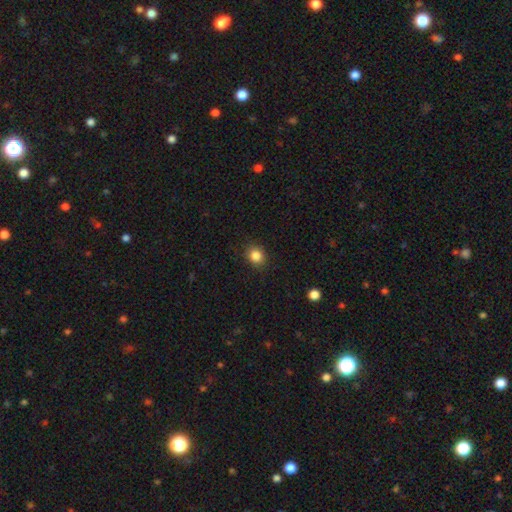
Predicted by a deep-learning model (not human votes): The model was most divided on "how rounded": round: 66%, in between: 33%, cigar-shaped: 1%. More confident: merging — none (87%); smooth or featured — smooth (85%).